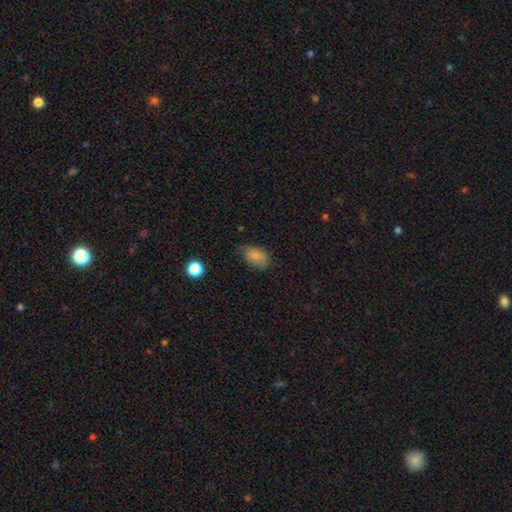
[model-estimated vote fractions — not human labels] Smooth or featured? Predicted: smooth (p=0.80). How rounded? Predicted: in between (p=0.86). Merging? Predicted: none (p=0.51).